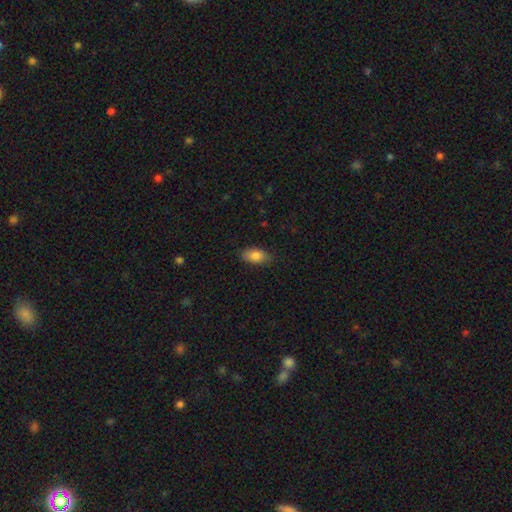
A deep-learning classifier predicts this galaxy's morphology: The model was most divided on "merging": none: 80%, minor disturbance: 16%, major disturbance: 3%, merger: 1%. More confident: how rounded — in between (89%); smooth or featured — smooth (80%).